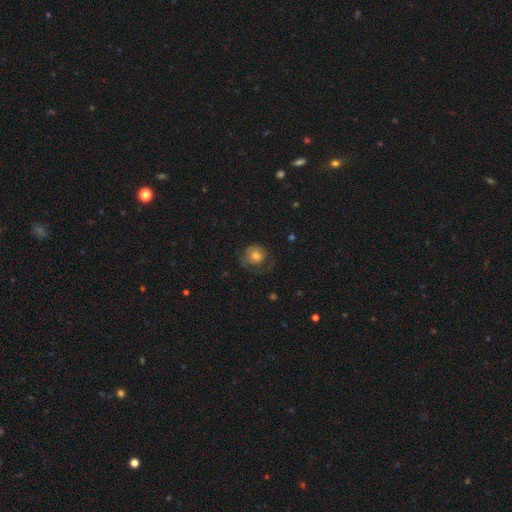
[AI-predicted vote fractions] Morphology: type=smooth (64%); roundness=round (81%); merging=none (50%).